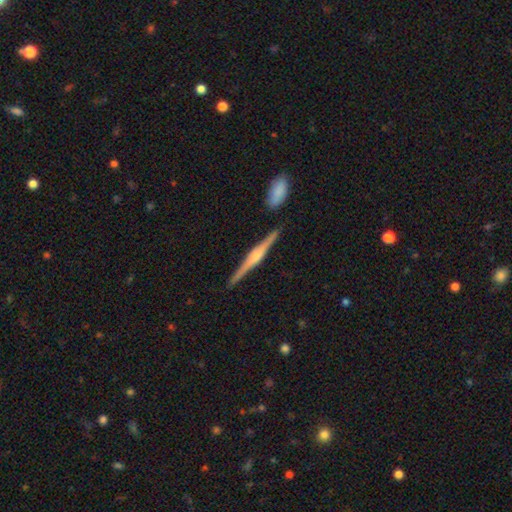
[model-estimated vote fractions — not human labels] smooth-or-featured: featured or disk: 78% | smooth: 17% | star or artifact: 6%
  disk-edge-on: yes: 98% | no: 2%
    edge-on-bulge: rounded: 70% | boxy: 22% | none: 8%
  merging: none: 88% | minor disturbance: 7% | merger: 3% | major disturbance: 2%